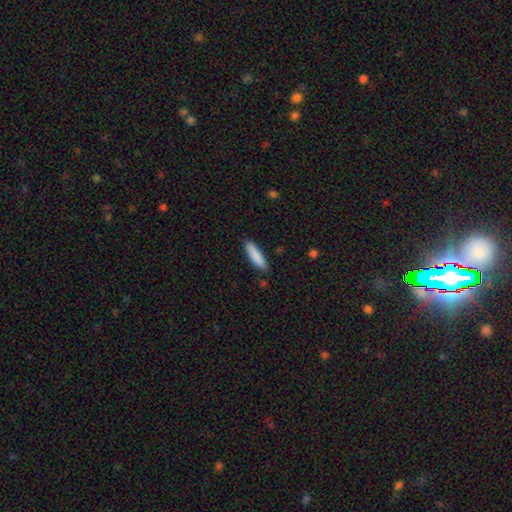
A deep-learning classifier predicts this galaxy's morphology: This appears to be a smooth galaxy with no disk features (87%) that is cigar-shaped (72%). Merging: none (86%).